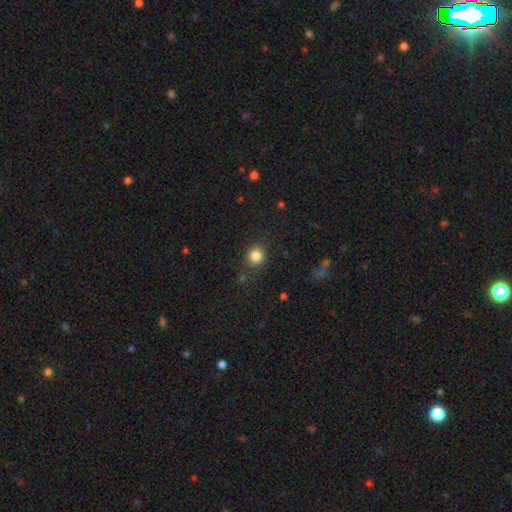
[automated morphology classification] Smooth or featured?
  - smooth: 83% *
  - star or artifact: 12%
  - featured or disk: 5%
How rounded?
  - round: 84% *
  - in between: 15%
  - cigar-shaped: 1%
Merging?
  - none: 84% *
  - minor disturbance: 10%
  - major disturbance: 4%
  - merger: 2%